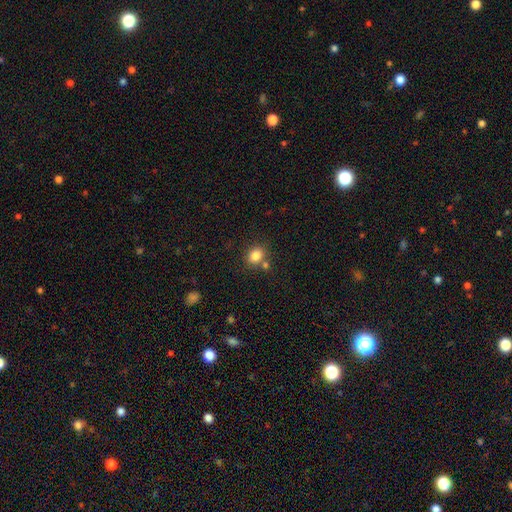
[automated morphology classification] This appears to be a smooth galaxy with no disk features (83%) that is round (55%). Merging: none (69%).